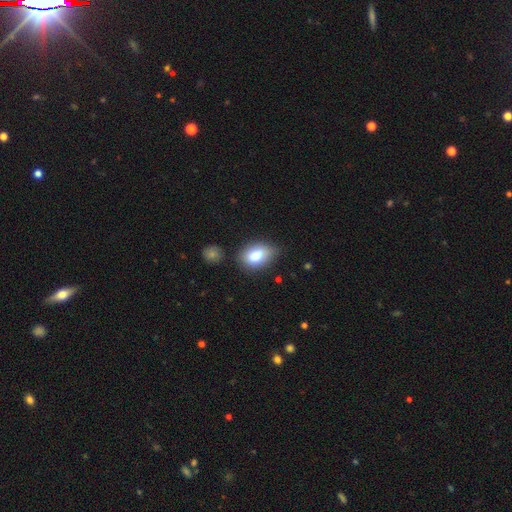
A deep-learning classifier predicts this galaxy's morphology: smooth_or_featured: smooth (p=0.80) [alt: featured or disk p=0.12]
how_rounded: in between (p=0.84) [alt: round p=0.15]
merging: none (p=0.69) [alt: minor disturbance p=0.22]